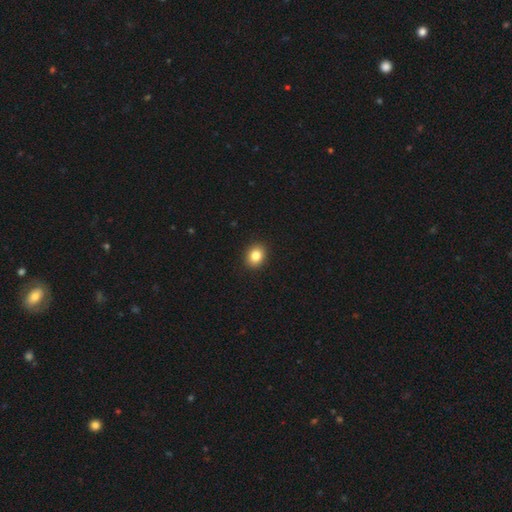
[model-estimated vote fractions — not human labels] Smooth or featured?
  - smooth: 84% *
  - star or artifact: 10%
  - featured or disk: 6%
How rounded?
  - round: 60% *
  - in between: 39%
  - cigar-shaped: 1%
Merging?
  - none: 92% *
  - minor disturbance: 6%
  - major disturbance: 2%
  - merger: 1%